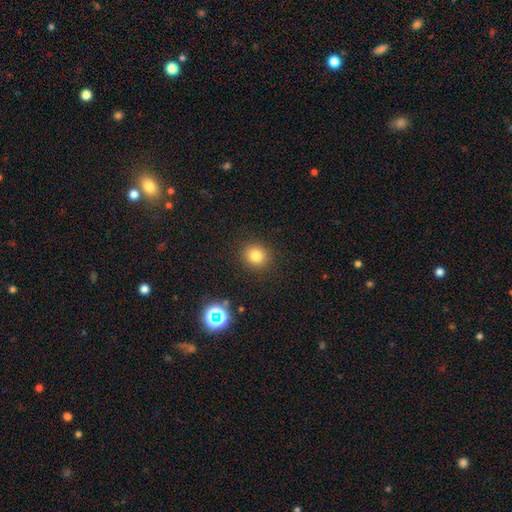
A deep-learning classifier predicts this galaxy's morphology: This appears to be a smooth galaxy with no disk features (78%) that is round (80%). Merging: none (89%).